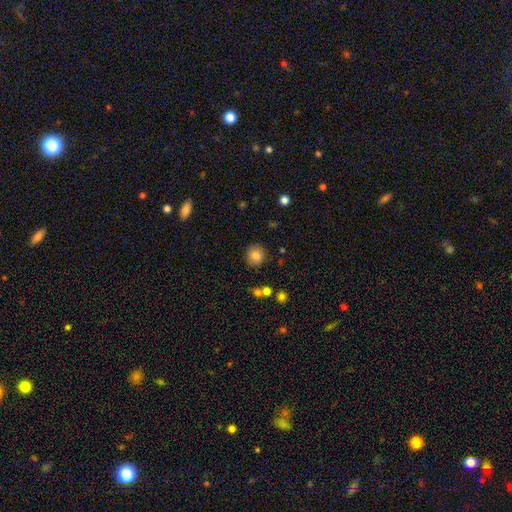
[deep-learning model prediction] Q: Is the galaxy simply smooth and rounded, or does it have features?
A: smooth — 81%.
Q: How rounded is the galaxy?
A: round — 88%.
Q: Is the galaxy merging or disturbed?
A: none — 85%.